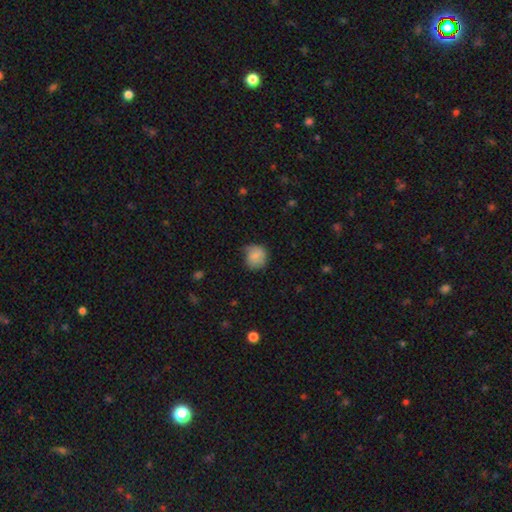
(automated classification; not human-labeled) smooth-or-featured: smooth: 80% | featured or disk: 13% | star or artifact: 8%
  how-rounded: round: 83% | in between: 16% | cigar-shaped: 1%
  merging: none: 61% | minor disturbance: 30% | major disturbance: 8% | merger: 1%